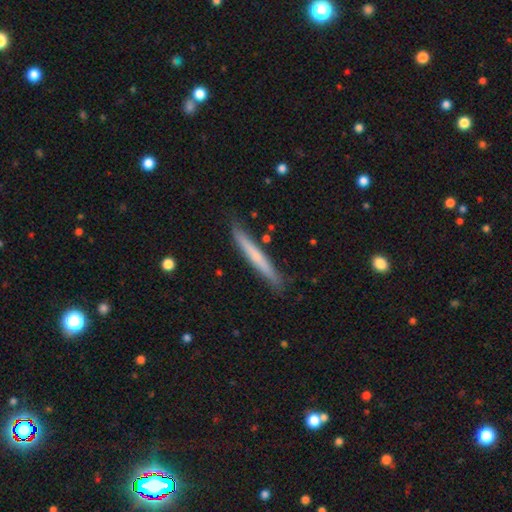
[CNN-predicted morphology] Smooth or featured? Predicted: smooth (p=0.58). How rounded? Predicted: cigar-shaped (p=0.97). Merging? Predicted: none (p=0.87).